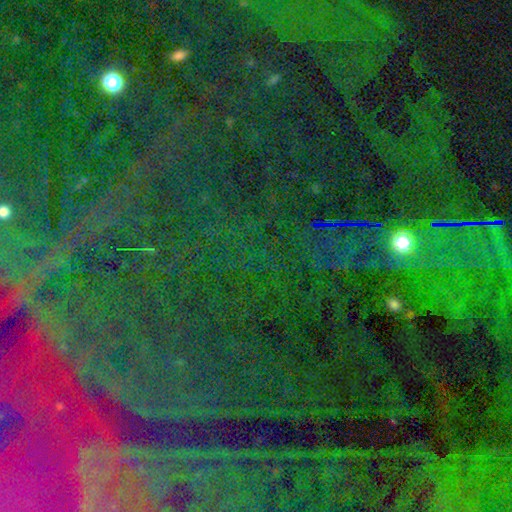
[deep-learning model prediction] Smooth or featured?
  - star or artifact: 85% *
  - smooth: 8%
  - featured or disk: 7%